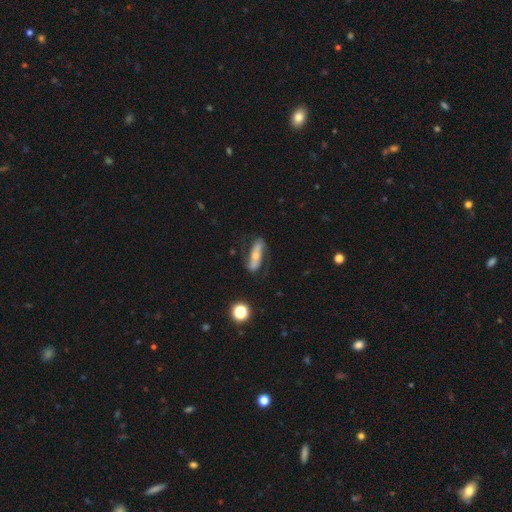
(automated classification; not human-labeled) featured or disk 48%, smooth 44%, star or artifact 8%. Down the decision tree: merging — none (71%).